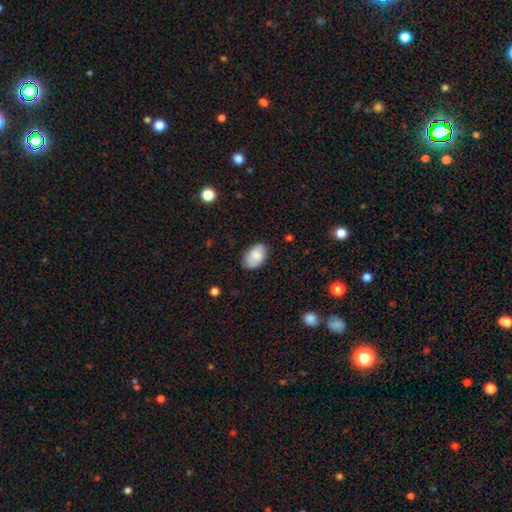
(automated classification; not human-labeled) Smooth or featured? Predicted: smooth (p=0.81). How rounded? Predicted: in between (p=0.90). Merging? Predicted: none (p=0.78).